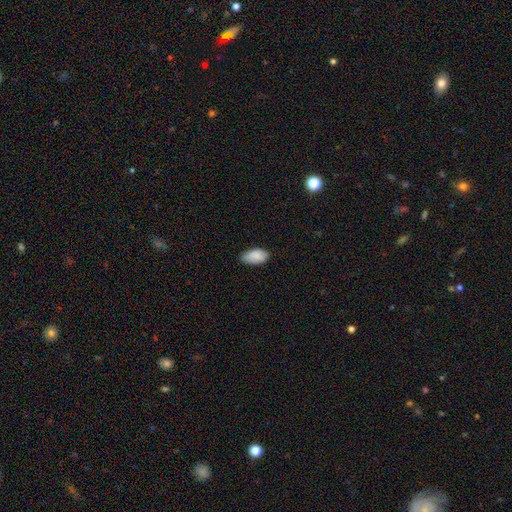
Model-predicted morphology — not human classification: Smooth or featured? smooth (89%)
How rounded? in between (95%)
Merging? none (79%)